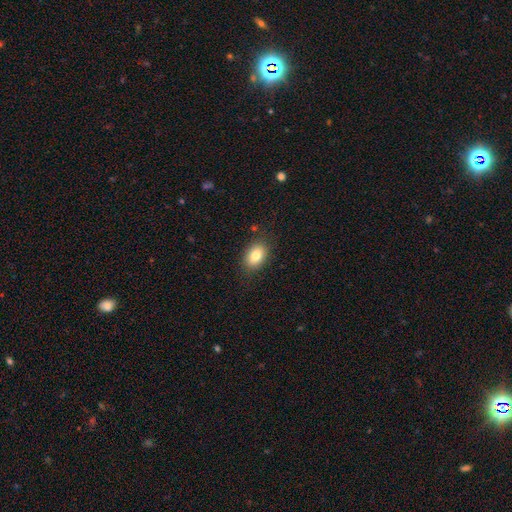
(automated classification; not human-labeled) Smooth or featured?
  - smooth: 81% *
  - featured or disk: 10%
  - star or artifact: 9%
How rounded?
  - in between: 82% *
  - round: 17%
  - cigar-shaped: 1%
Merging?
  - none: 85% *
  - minor disturbance: 11%
  - major disturbance: 3%
  - merger: 1%